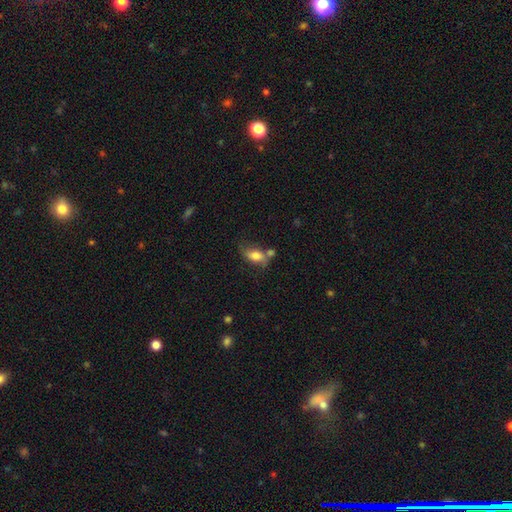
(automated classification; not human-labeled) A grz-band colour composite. It shows a smooth galaxy with no disk features (67%) that is in between round and cigar-shaped (85%). Merging: none (44%).